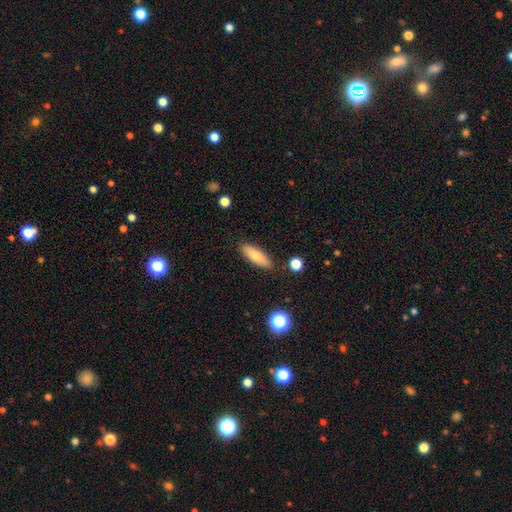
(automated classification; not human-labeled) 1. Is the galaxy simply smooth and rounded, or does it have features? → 71% smooth, 21% featured or disk, 7% star or artifact.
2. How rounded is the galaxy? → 50% in between, 47% cigar-shaped, 3% round.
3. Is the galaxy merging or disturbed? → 86% none, 10% minor disturbance, 2% major disturbance, 2% merger.